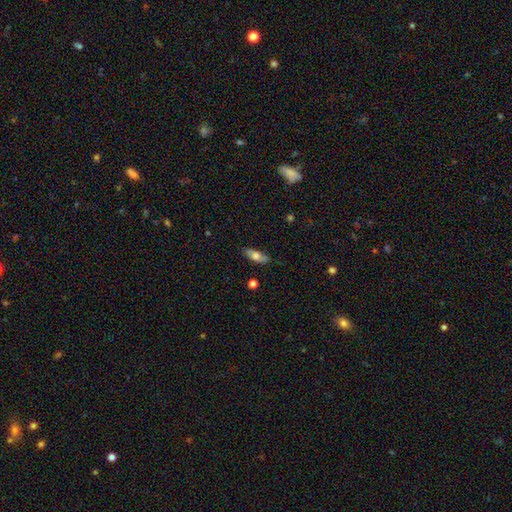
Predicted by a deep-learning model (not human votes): smooth_or_featured: smooth (p=0.68) [alt: featured or disk p=0.25]
how_rounded: in between (p=0.71) [alt: cigar-shaped p=0.26]
merging: none (p=0.79) [alt: minor disturbance p=0.16]